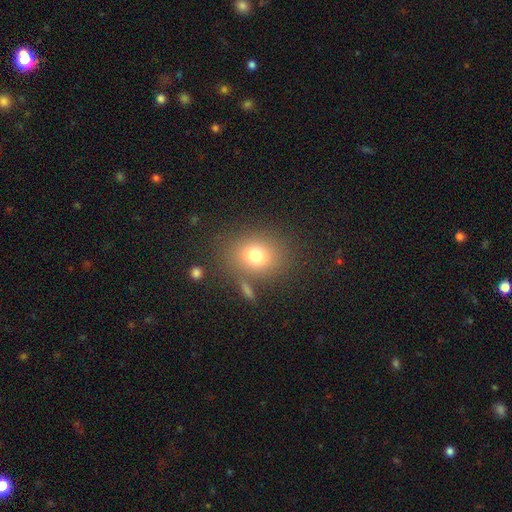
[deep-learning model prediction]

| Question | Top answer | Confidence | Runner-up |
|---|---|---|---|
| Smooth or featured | smooth | 76% | star or artifact (13%) |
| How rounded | round | 58% | in between (41%) |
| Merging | none | 77% | minor disturbance (11%) |